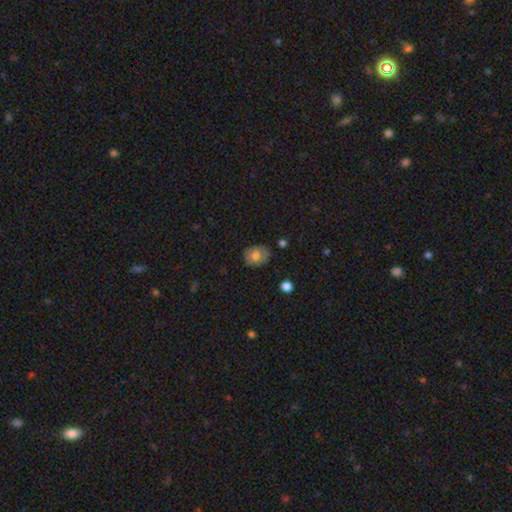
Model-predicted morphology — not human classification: smooth_or_featured: smooth (p=0.68) [alt: featured or disk p=0.23]
how_rounded: round (p=0.51) [alt: in between p=0.48]
merging: none (p=0.77) [alt: minor disturbance p=0.18]